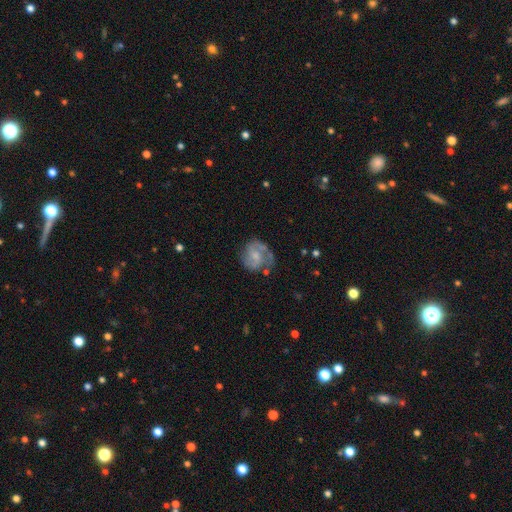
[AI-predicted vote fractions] Smooth or featured?
  - featured or disk: 66% *
  - smooth: 27%
  - star or artifact: 7%
Edge-on disk?
  - no: 98% *
  - yes: 2%
Bar?
  - no: 50% *
  - weak: 42%
  - strong: 8%
Spiral arms?
  - yes: 86% *
  - no: 14%
Spiral winding?
  - medium: 48% *
  - tight: 30%
  - loose: 22%
Spiral arm count?
  - 2: 66% *
  - can't tell: 14%
  - 1: 12%
  - 3: 5%
  - 4: 1%
  - more than 4: 1%
Bulge size?
  - small: 47% *
  - moderate: 34%
  - none: 14%
  - large: 3%
  - dominant: 1%
Merging?
  - none: 55% *
  - minor disturbance: 25%
  - major disturbance: 16%
  - merger: 4%